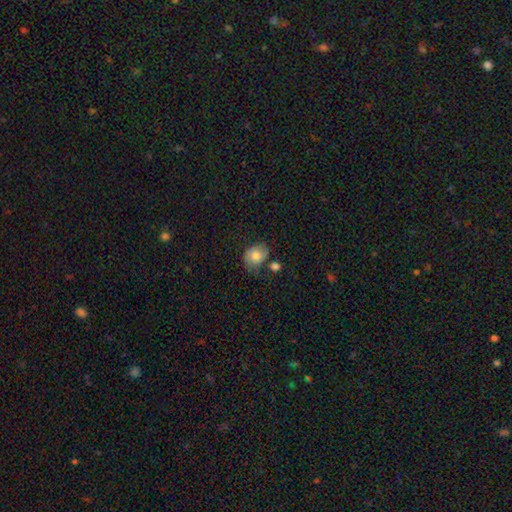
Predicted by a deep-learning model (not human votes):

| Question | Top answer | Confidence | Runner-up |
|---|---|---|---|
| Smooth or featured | smooth | 70% | featured or disk (22%) |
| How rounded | in between | 54% | round (45%) |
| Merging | none | 55% | minor disturbance (26%) |